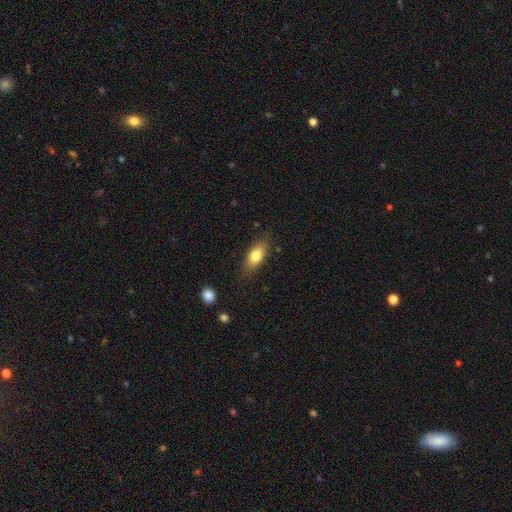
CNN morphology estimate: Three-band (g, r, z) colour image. It shows a smooth galaxy with no disk features (77%) that is in between round and cigar-shaped (81%). Merging: none (81%).